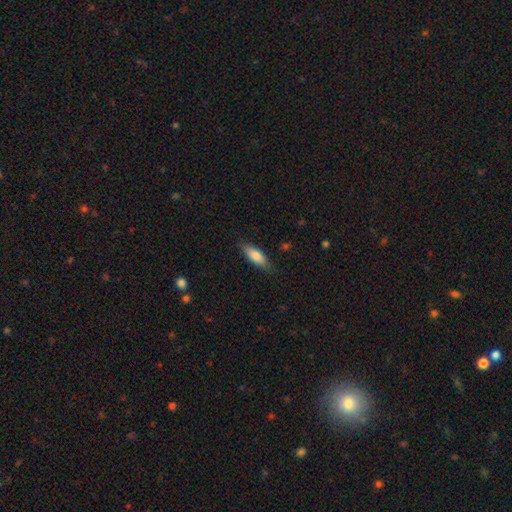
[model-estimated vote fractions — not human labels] This is likely a smooth galaxy (79%). How rounded: likely in between (62%). Merging: clearly none (81%).